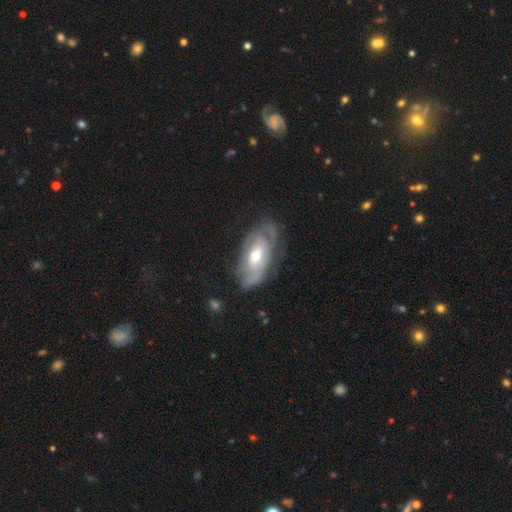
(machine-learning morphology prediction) This is likely a featured or disk galaxy (70%). It is clearly not viewed edge-on (90%). Bar: likely no (67%). Spiral arm pattern: likely yes (70%). Central bulge: possibly moderate (58%). Merging: likely none (62%).